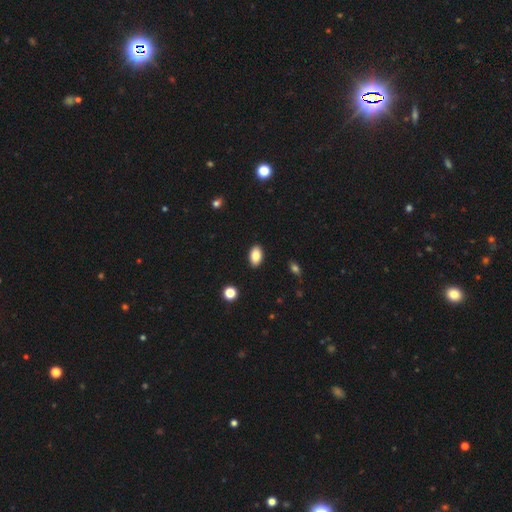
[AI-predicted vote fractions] A smooth galaxy with no disk features (85%) that is in between round and cigar-shaped (92%).

Vote fractions:
- Smooth or featured? smooth: 85% / star or artifact: 8% / featured or disk: 7%
- How rounded? in between: 92% / round: 6% / cigar-shaped: 2%
- Merging? none: 89% / minor disturbance: 8% / major disturbance: 2% / merger: 1%